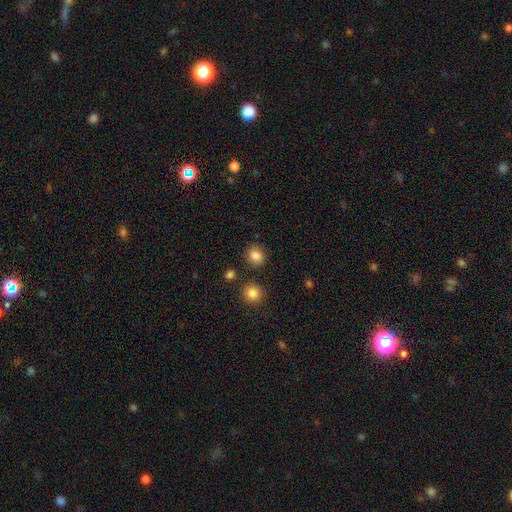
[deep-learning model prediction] Smooth or featured? smooth (85%)
How rounded? round (82%)
Merging? none (86%)